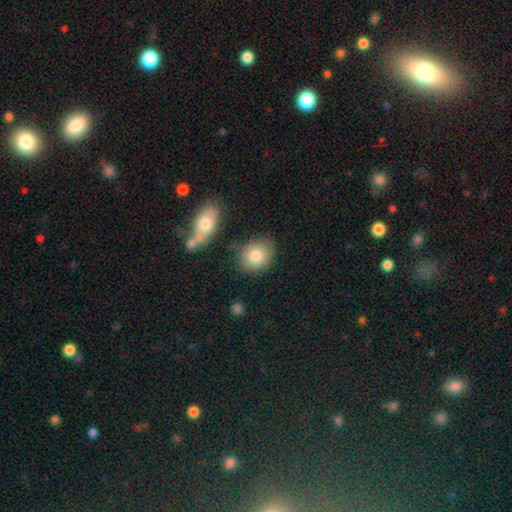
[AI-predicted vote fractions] A smooth galaxy with no disk features (82%) that is round (56%). Merging: none (76%).